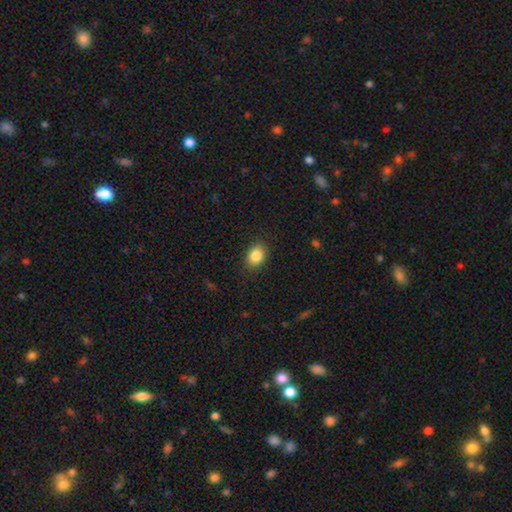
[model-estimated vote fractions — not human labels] This appears to be a smooth galaxy with no disk features (86%) that is in between round and cigar-shaped (61%). Merging: none (87%).